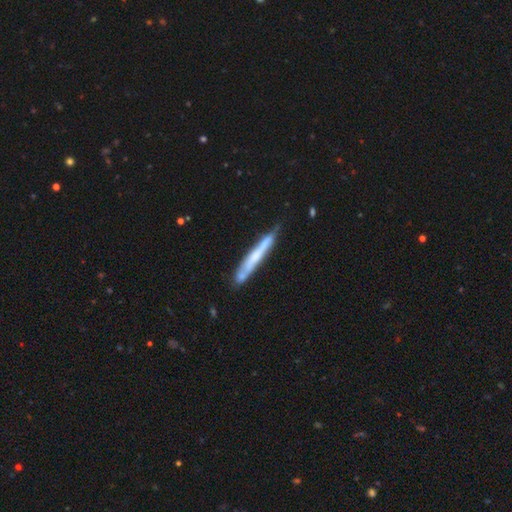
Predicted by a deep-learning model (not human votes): smooth-or-featured: featured or disk: 50% | smooth: 44% | star or artifact: 6%
  disk-edge-on: yes: 87% | no: 13%
  merging: none: 72% | minor disturbance: 19% | merger: 5% | major disturbance: 3%